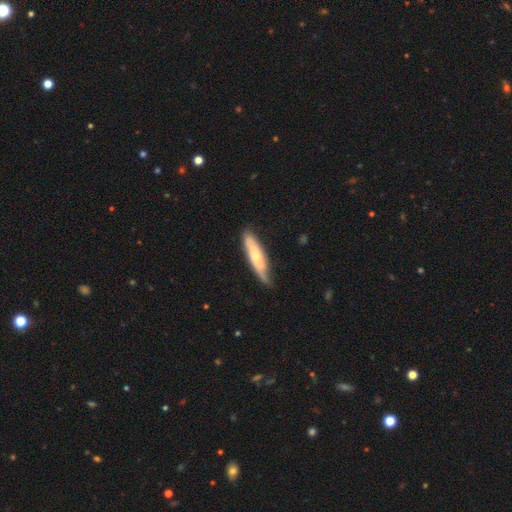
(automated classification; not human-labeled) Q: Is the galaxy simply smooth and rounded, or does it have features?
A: smooth — 54%.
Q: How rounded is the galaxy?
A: cigar-shaped — 73%.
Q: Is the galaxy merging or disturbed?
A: none — 66%.